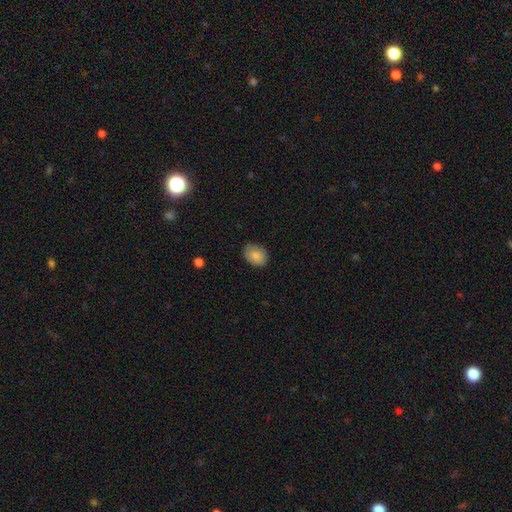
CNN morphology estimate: Q: Smooth or featured?
A: smooth (86%); runner-up: star or artifact (7%)
Q: How rounded?
A: in between (71%); runner-up: round (28%)
Q: Merging?
A: none (82%); runner-up: minor disturbance (14%)